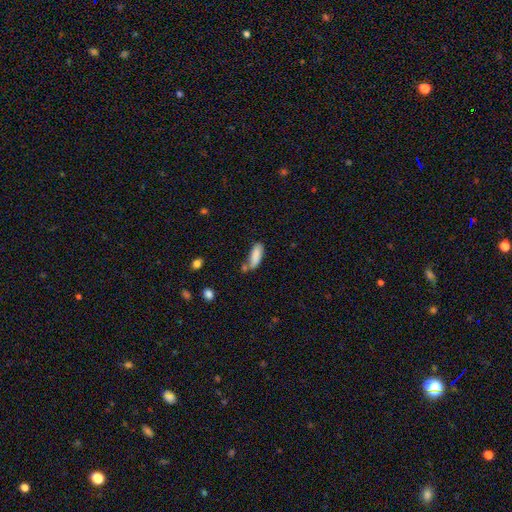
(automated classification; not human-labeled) The model was most divided on "how rounded": in between: 62%, cigar-shaped: 36%, round: 2%. More confident: smooth or featured — smooth (86%); merging — none (59%).